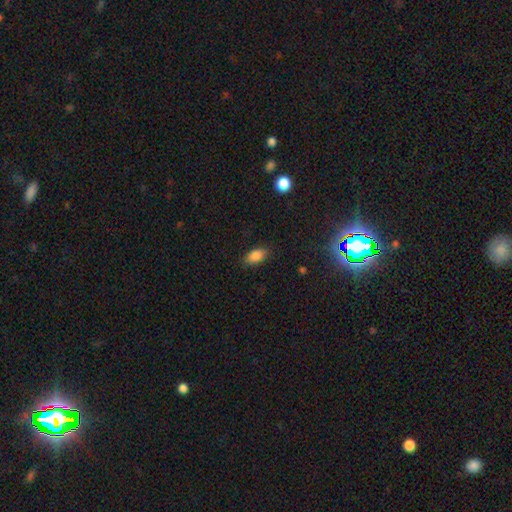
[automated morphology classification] Smooth or featured?
  - smooth: 86% *
  - star or artifact: 9%
  - featured or disk: 5%
How rounded?
  - in between: 90% *
  - round: 6%
  - cigar-shaped: 4%
Merging?
  - none: 83% *
  - minor disturbance: 13%
  - major disturbance: 3%
  - merger: 1%